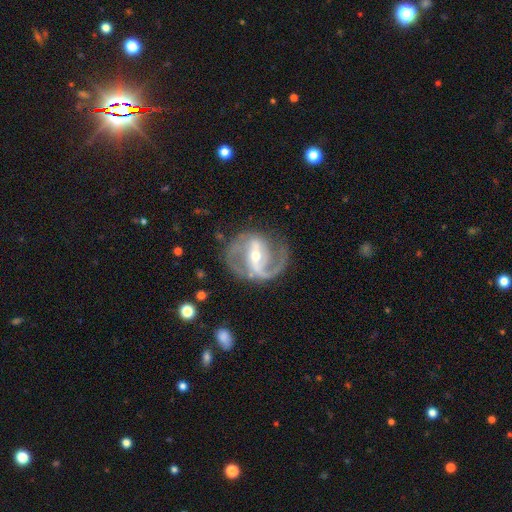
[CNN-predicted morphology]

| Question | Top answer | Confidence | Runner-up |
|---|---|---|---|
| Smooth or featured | featured or disk | 90% | star or artifact (5%) |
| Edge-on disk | no | 97% | yes (3%) |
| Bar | strong | 57% | weak (32%) |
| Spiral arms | yes | 96% | no (4%) |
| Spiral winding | medium | 55% | loose (24%) |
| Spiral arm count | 2 | 83% | 1 (7%) |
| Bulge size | small | 49% | moderate (47%) |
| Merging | none | 71% | minor disturbance (16%) |